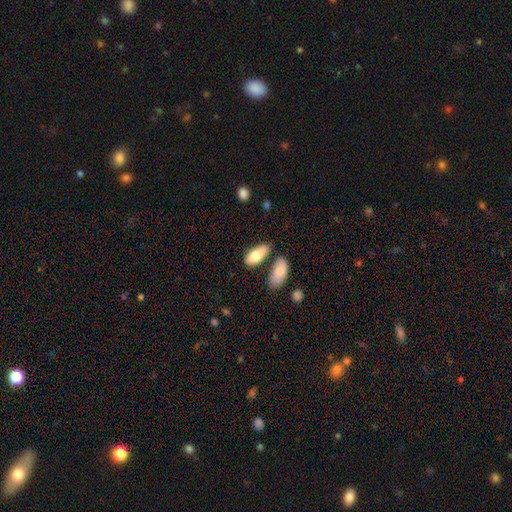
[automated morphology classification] This appears to be a smooth galaxy with no disk features (78%) that is in between round and cigar-shaped (87%). Merging: none (53%).